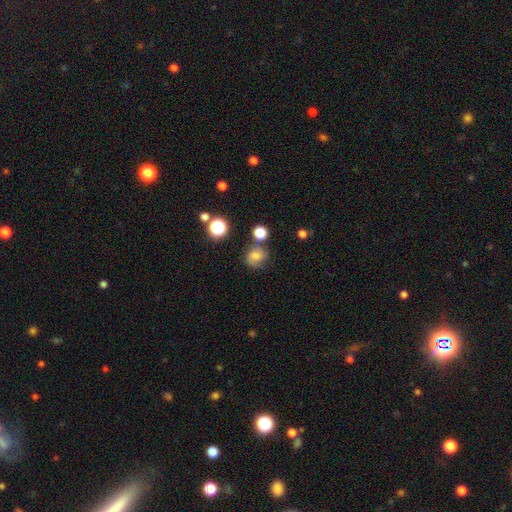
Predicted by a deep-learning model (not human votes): smooth_or_featured: smooth (p=0.63) [alt: featured or disk p=0.19]
how_rounded: round (p=0.75) [alt: in between p=0.24]
merging: none (p=0.67) [alt: minor disturbance p=0.18]